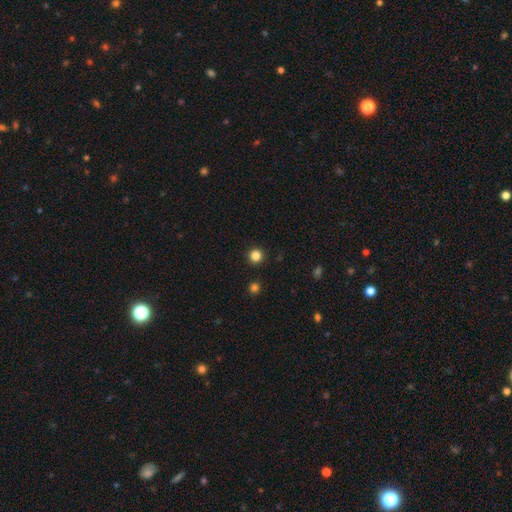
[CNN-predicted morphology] smooth 84%, star or artifact 13%, featured or disk 4%. Down the decision tree: how rounded — round (95%); merging — none (93%).